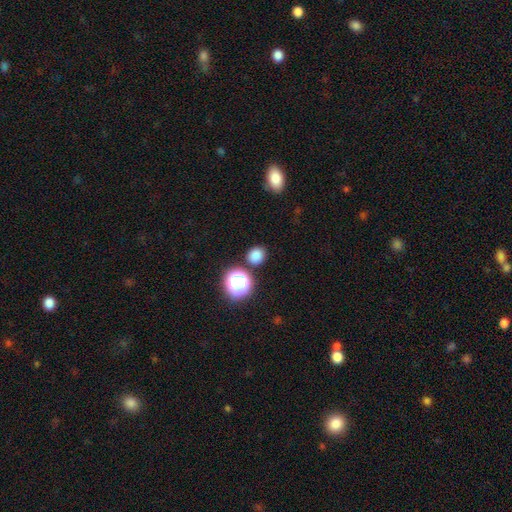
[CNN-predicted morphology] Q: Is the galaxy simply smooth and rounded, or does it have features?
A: smooth — 80%.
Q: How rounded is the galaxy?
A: round — 84%.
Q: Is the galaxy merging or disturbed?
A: none — 83%.